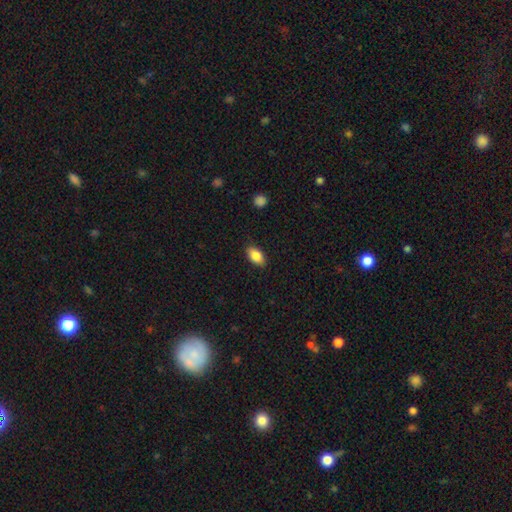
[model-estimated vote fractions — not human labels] Smooth or featured?
  - smooth: 84% *
  - featured or disk: 8%
  - star or artifact: 7%
How rounded?
  - in between: 91% *
  - round: 5%
  - cigar-shaped: 4%
Merging?
  - none: 87% *
  - minor disturbance: 10%
  - major disturbance: 2%
  - merger: 1%